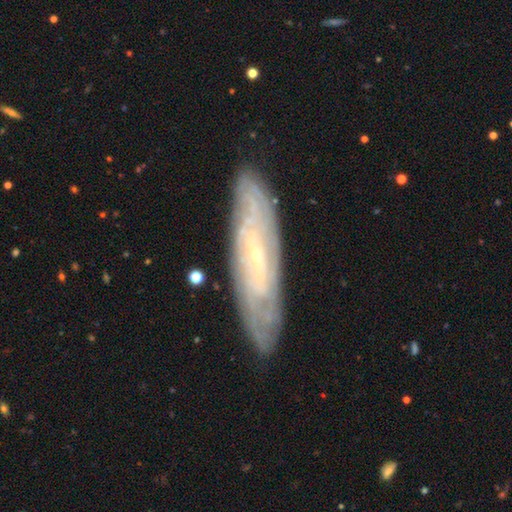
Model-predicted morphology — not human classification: Smooth or featured? Predicted: featured or disk (p=0.78). Edge-on disk? Predicted: no (p=0.71). Bar? Predicted: no (p=0.47). Spiral arms? Predicted: yes (p=0.87). Bulge size? Predicted: small (p=0.84). Merging? Predicted: none (p=0.84).